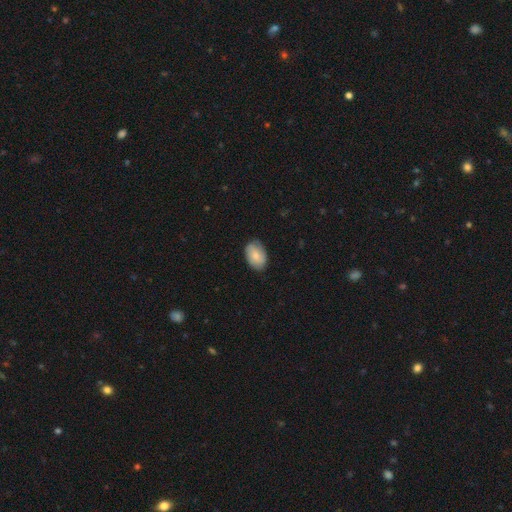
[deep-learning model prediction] smooth_or_featured: smooth (p=0.71) [alt: featured or disk p=0.22]
how_rounded: in between (p=0.86) [alt: round p=0.12]
merging: none (p=0.80) [alt: minor disturbance p=0.16]